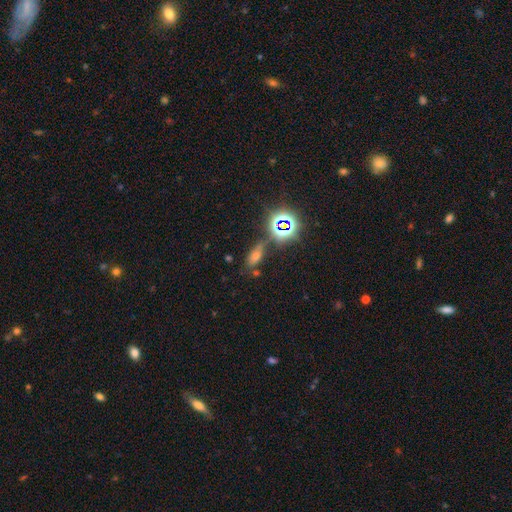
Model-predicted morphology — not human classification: Q: Smooth or featured?
A: star or artifact (46%); runner-up: smooth (39%)